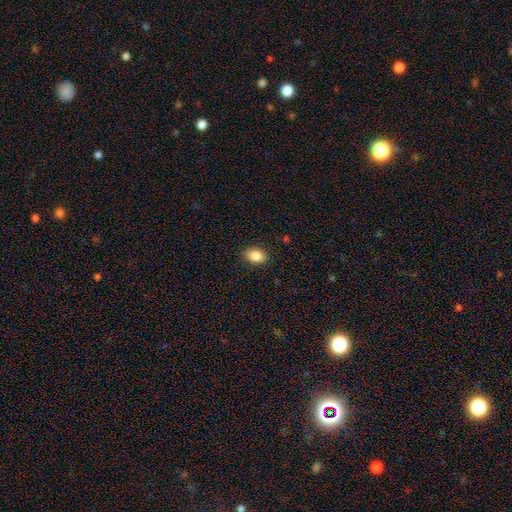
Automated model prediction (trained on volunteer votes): smooth-or-featured: smooth: 86% | star or artifact: 8% | featured or disk: 6%
  how-rounded: in between: 85% | round: 14% | cigar-shaped: 1%
  merging: none: 88% | minor disturbance: 9% | major disturbance: 2% | merger: 1%